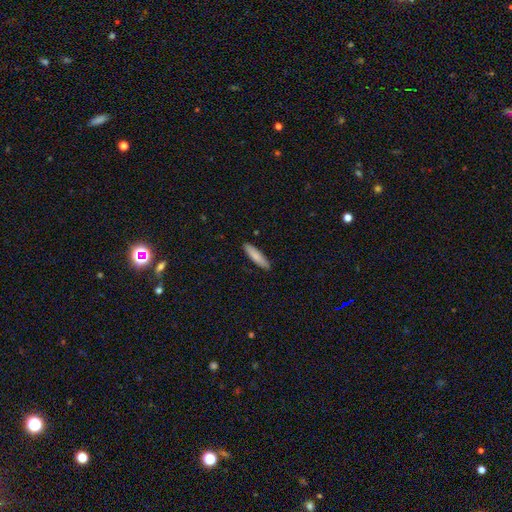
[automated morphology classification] Q: Smooth or featured?
A: smooth (84%); runner-up: featured or disk (10%)
Q: How rounded?
A: cigar-shaped (80%); runner-up: in between (19%)
Q: Merging?
A: none (89%); runner-up: minor disturbance (8%)